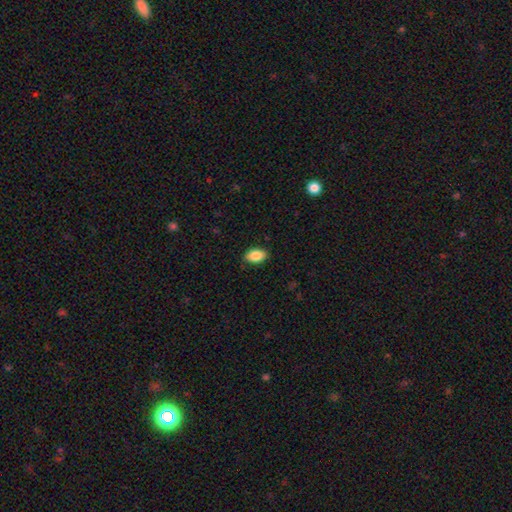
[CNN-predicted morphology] Overall: smooth (88%). How rounded: in between (91%). Merging: none (88%).